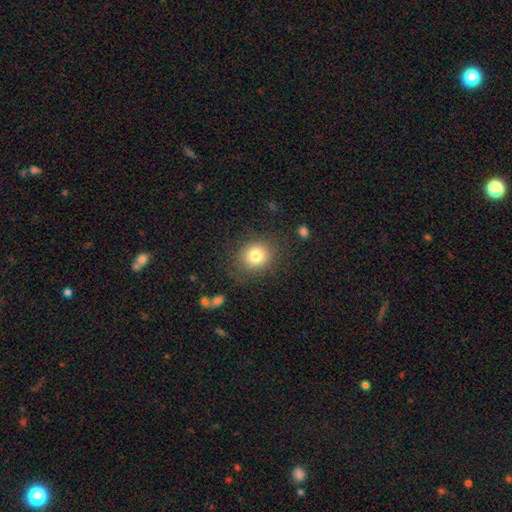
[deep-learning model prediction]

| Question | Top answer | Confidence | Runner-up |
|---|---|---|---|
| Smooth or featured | smooth | 80% | star or artifact (11%) |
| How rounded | round | 83% | in between (16%) |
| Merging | none | 83% | minor disturbance (10%) |